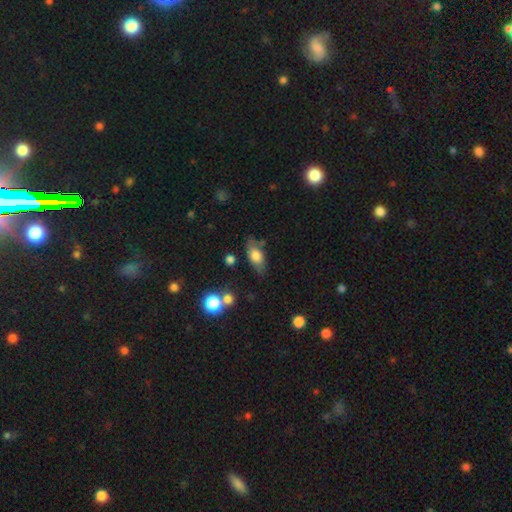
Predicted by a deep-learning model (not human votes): Smooth or featured: smooth — 72% (featured or disk — 21%)
How rounded: in between — 84% (cigar-shaped — 10%)
Merging: none — 69% (minor disturbance — 20%)